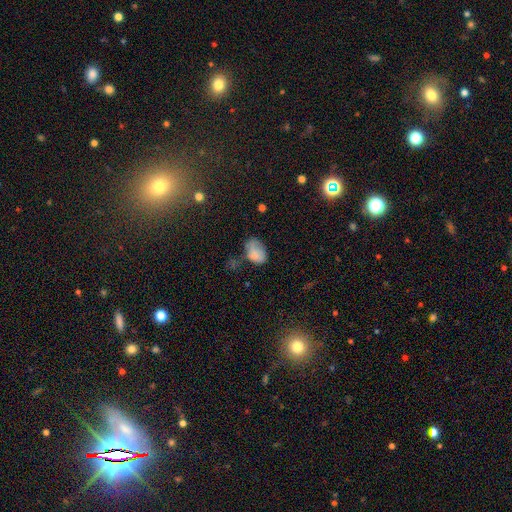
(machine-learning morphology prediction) Smooth or featured: smooth — 77% (featured or disk — 13%)
How rounded: in between — 87% (round — 12%)
Merging: none — 37% (minor disturbance — 32%)